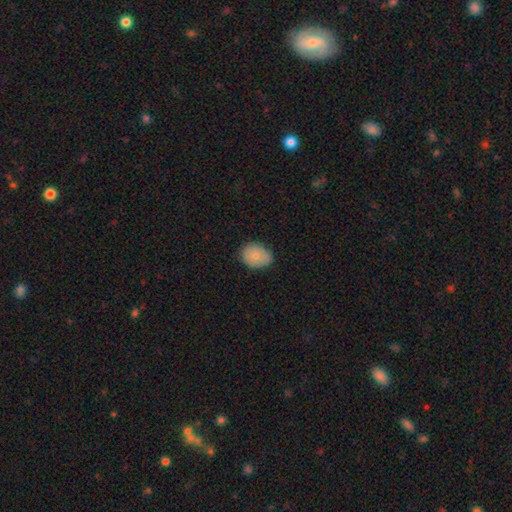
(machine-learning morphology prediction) This appears to be a smooth galaxy with no disk features (80%) that is in between round and cigar-shaped (54%). Merging: none (79%).